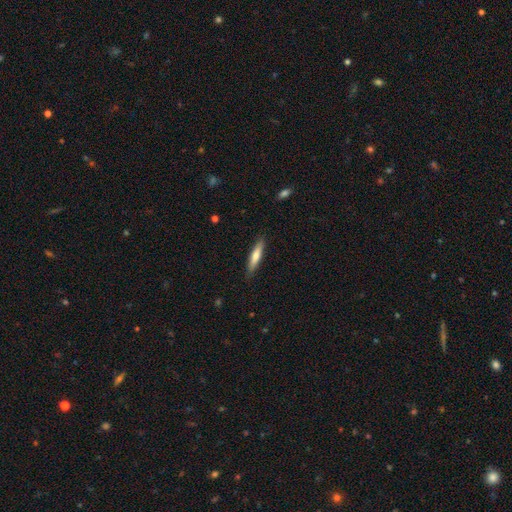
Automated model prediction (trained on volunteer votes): Smooth or featured? smooth (66%)
How rounded? cigar-shaped (85%)
Merging? none (88%)